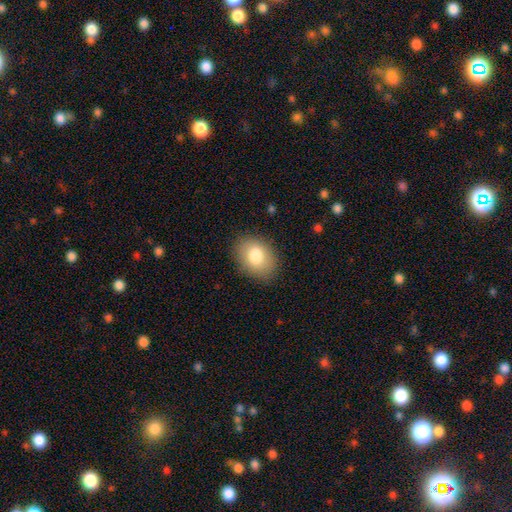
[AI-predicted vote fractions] smooth 81%, featured or disk 11%, star or artifact 8%. Down the decision tree: how rounded — in between (71%); merging — none (84%).